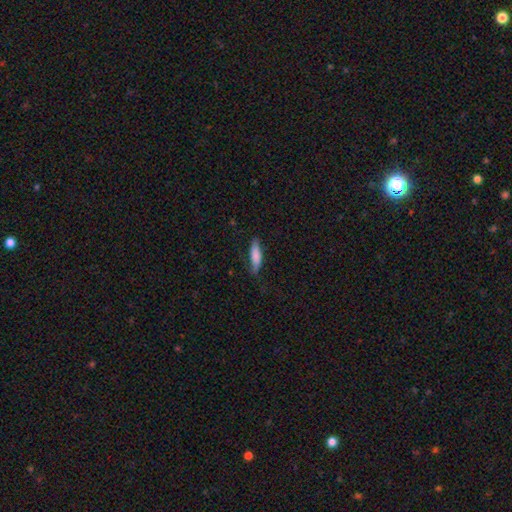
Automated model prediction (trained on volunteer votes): Q: Smooth or featured?
A: smooth (78%); runner-up: featured or disk (16%)
Q: How rounded?
A: cigar-shaped (59%); runner-up: in between (39%)
Q: Merging?
A: none (72%); runner-up: minor disturbance (22%)